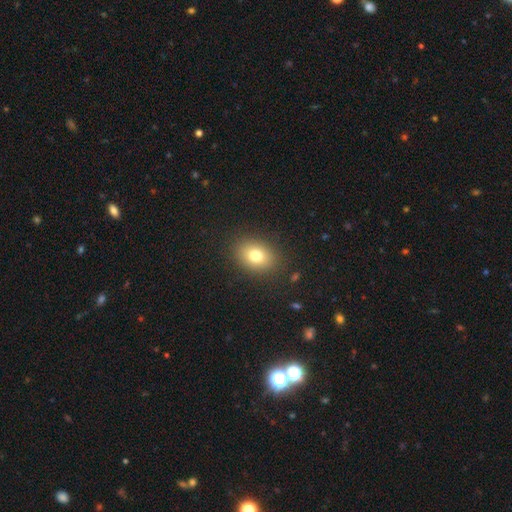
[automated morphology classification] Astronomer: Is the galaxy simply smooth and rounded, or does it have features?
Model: smooth — 77%.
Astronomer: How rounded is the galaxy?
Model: in between — 62%.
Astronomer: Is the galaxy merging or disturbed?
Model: none — 87%.